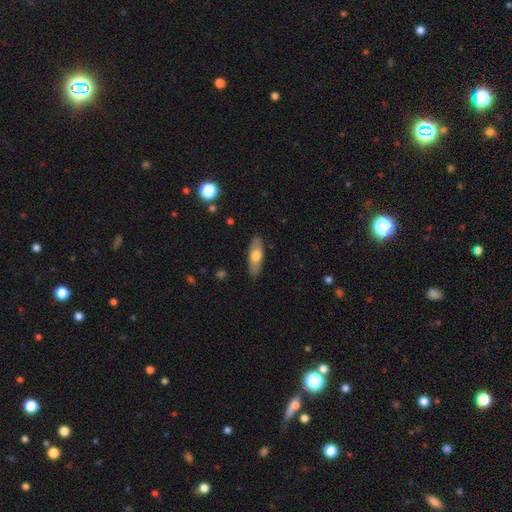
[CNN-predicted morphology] Smooth or featured? smooth (64%)
How rounded? in between (63%)
Merging? none (86%)